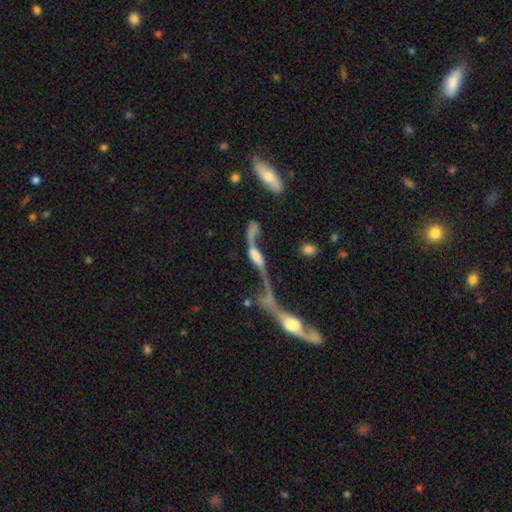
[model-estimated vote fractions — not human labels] Smooth or featured? Predicted: featured or disk (p=0.74). Edge-on disk? Predicted: no (p=0.77). Bar? Predicted: no (p=0.49). Spiral arms? Predicted: yes (p=0.75). Bulge size? Predicted: moderate (p=0.32). Merging? Predicted: merger (p=0.51).